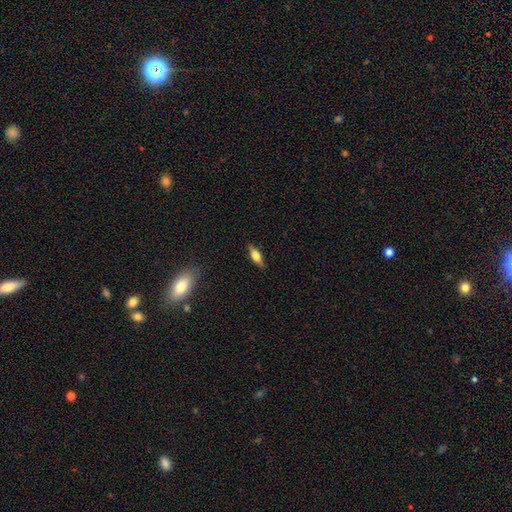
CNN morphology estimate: This is possibly a smooth galaxy (56%). How rounded: possibly in between (59%). Merging: clearly none (86%).